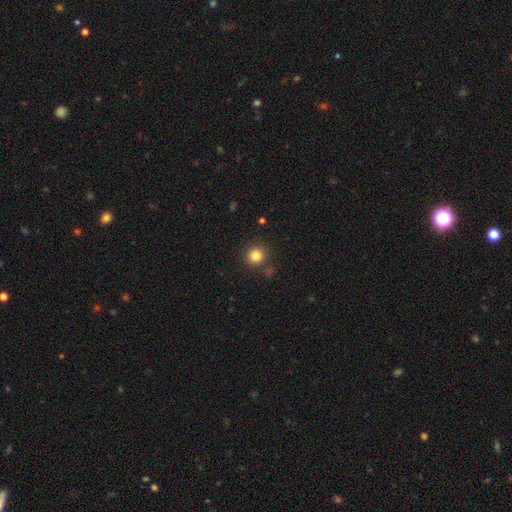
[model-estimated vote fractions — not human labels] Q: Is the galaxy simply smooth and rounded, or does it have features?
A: smooth — 83%.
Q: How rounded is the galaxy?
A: round — 93%.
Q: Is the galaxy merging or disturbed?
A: none — 84%.